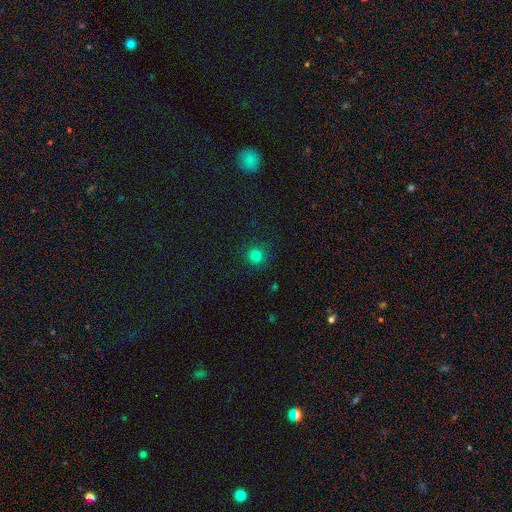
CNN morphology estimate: smooth 82%, star or artifact 14%, featured or disk 3%. Down the decision tree: how rounded — round (95%); merging — none (90%).